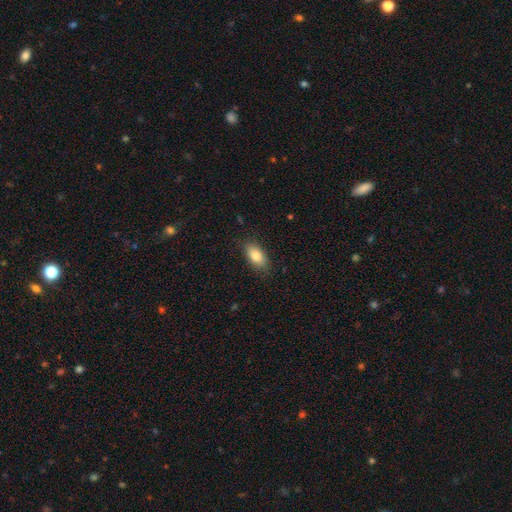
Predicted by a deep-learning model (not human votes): Smooth or featured?
  - smooth: 83% *
  - featured or disk: 9%
  - star or artifact: 7%
How rounded?
  - in between: 90% *
  - cigar-shaped: 6%
  - round: 5%
Merging?
  - none: 83% *
  - minor disturbance: 13%
  - major disturbance: 3%
  - merger: 1%